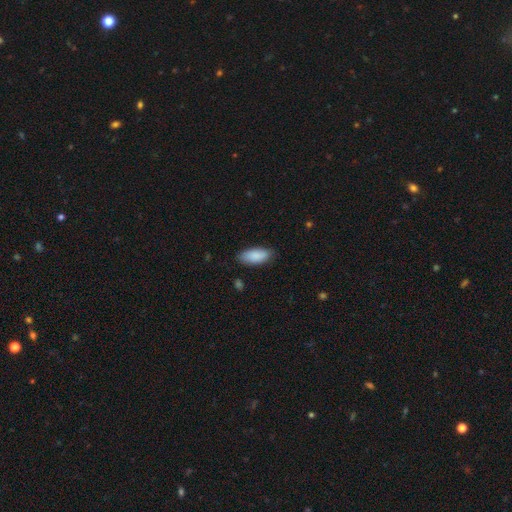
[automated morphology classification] A smooth galaxy with no disk features (89%) that is in between round and cigar-shaped (87%).

Vote fractions:
- Smooth or featured? smooth: 89% / star or artifact: 6% / featured or disk: 6%
- How rounded? in between: 87% / cigar-shaped: 11% / round: 2%
- Merging? none: 83% / minor disturbance: 13% / major disturbance: 2% / merger: 1%